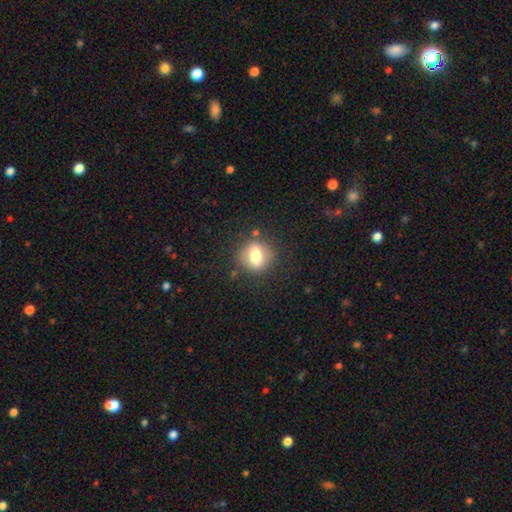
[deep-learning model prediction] Smooth or featured?
  - smooth: 65% *
  - featured or disk: 26%
  - star or artifact: 9%
How rounded?
  - round: 58% *
  - in between: 37%
  - cigar-shaped: 4%
Merging?
  - none: 82% *
  - minor disturbance: 11%
  - major disturbance: 4%
  - merger: 3%